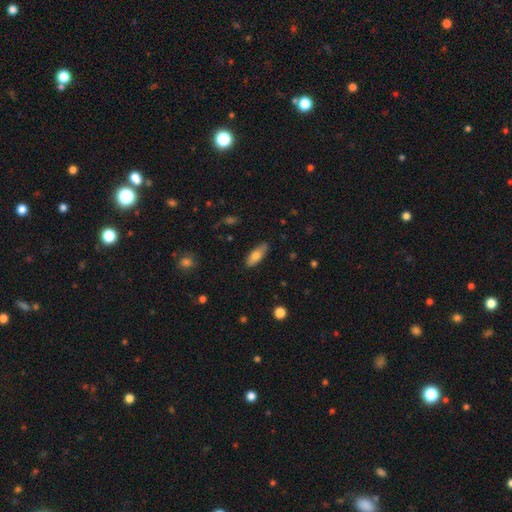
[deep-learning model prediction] A smooth galaxy with no disk features (73%) that is in between round and cigar-shaped (73%).

Vote fractions:
- Smooth or featured? smooth: 73% / featured or disk: 21% / star or artifact: 7%
- How rounded? in between: 73% / cigar-shaped: 25% / round: 2%
- Merging? none: 84% / minor disturbance: 12% / major disturbance: 2% / merger: 1%